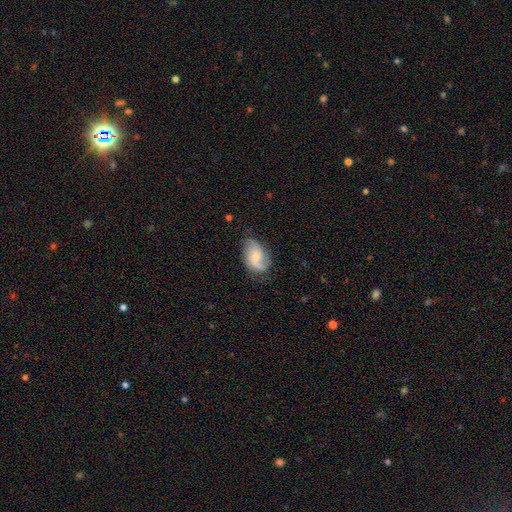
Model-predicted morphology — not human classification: Smooth or featured: featured or disk — 59% (smooth — 34%)
Edge-on disk: no — 96% (yes — 4%)
Bar: no — 61% (weak — 33%)
Spiral arms: yes — 89% (no — 11%)
Spiral winding: loose — 47% (medium — 38%)
Spiral arm count: 2 — 67% (can't tell — 13%)
Bulge size: small — 55% (moderate — 35%)
Merging: none — 60% (minor disturbance — 28%)